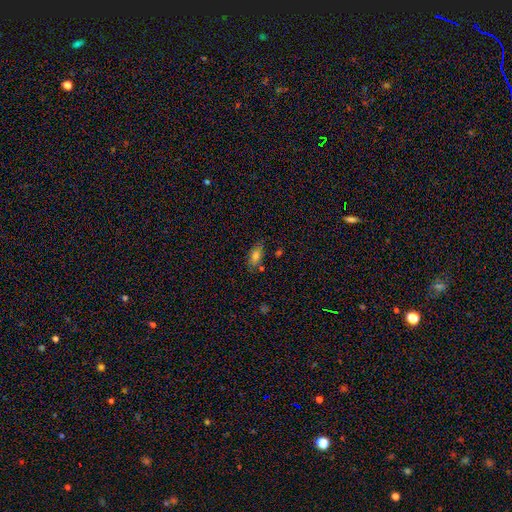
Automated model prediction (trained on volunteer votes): The model was most divided on "merging": none: 73%, minor disturbance: 17%, merger: 6%, major disturbance: 4%. More confident: how rounded — in between (85%); smooth or featured — smooth (75%).